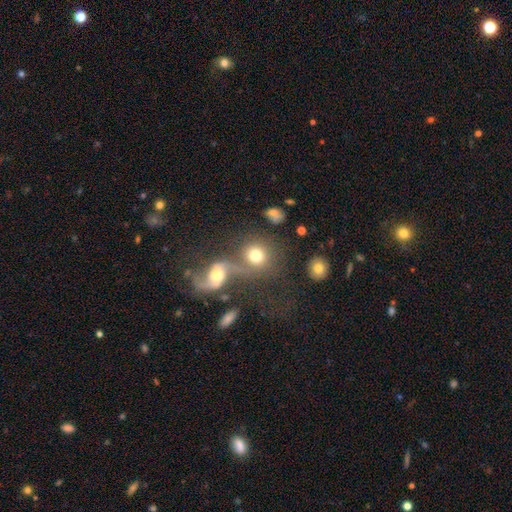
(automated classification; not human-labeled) Morphology: type=smooth (67%); roundness=round (81%); merging=merger (43%).